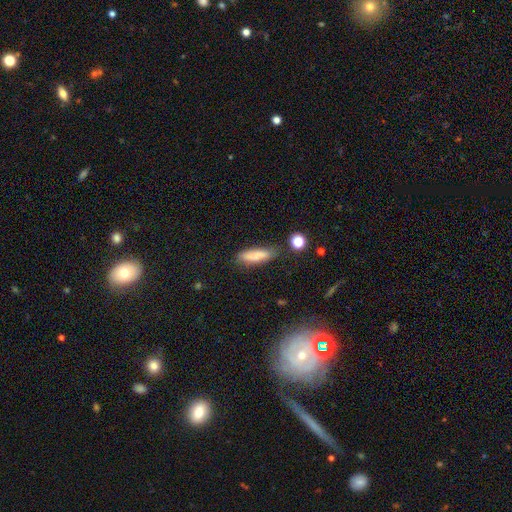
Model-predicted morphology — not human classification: The model was most divided on "how rounded": cigar-shaped: 56%, in between: 41%, round: 2%. More confident: smooth or featured — smooth (80%); merging — none (71%).